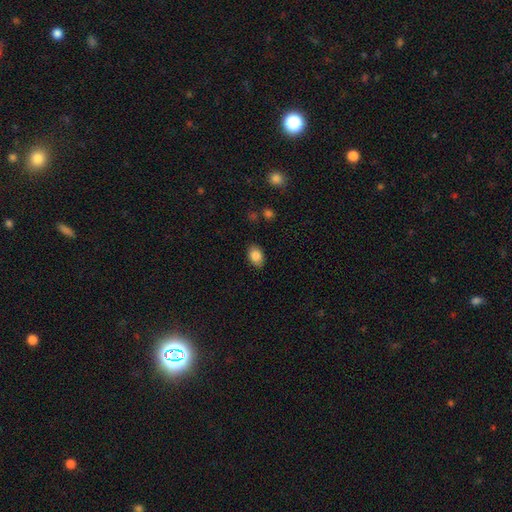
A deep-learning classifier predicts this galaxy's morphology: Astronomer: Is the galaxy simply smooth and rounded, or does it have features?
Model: smooth — 86%.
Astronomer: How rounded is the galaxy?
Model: in between — 85%.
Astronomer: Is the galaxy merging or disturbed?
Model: none — 85%.